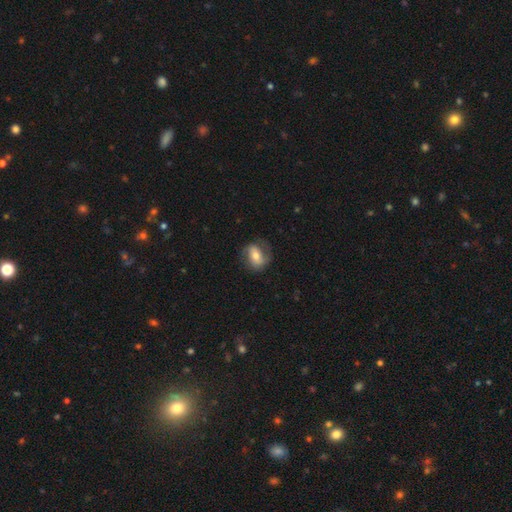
Overall: smooth (59%; featured or disk 31%). How rounded: in between (65%; round 30%). Merging: none (57%; major disturbance 29%).